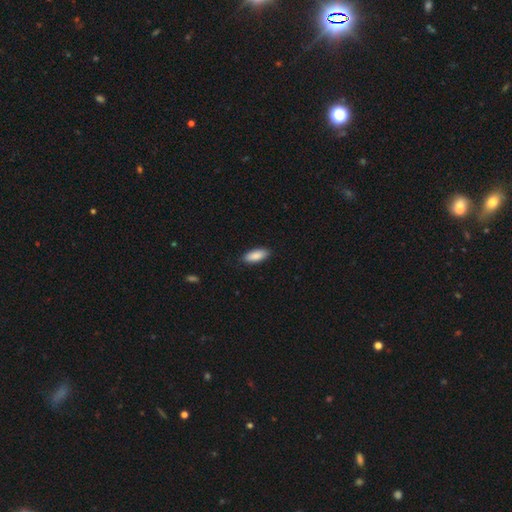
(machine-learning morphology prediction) The model was most divided on "how rounded": in between: 79%, cigar-shaped: 19%, round: 2%. More confident: smooth or featured — smooth (89%); merging — none (88%).